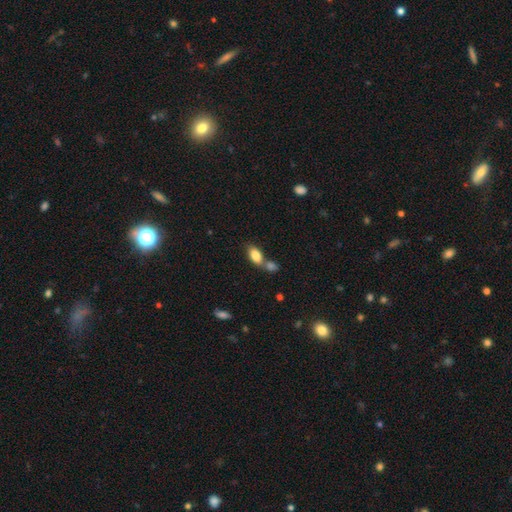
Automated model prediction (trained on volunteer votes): smooth-or-featured: smooth: 84% | featured or disk: 8% | star or artifact: 8%
  how-rounded: in between: 90% | round: 7% | cigar-shaped: 4%
  merging: none: 43% | merger: 41% | minor disturbance: 11% | major disturbance: 4%